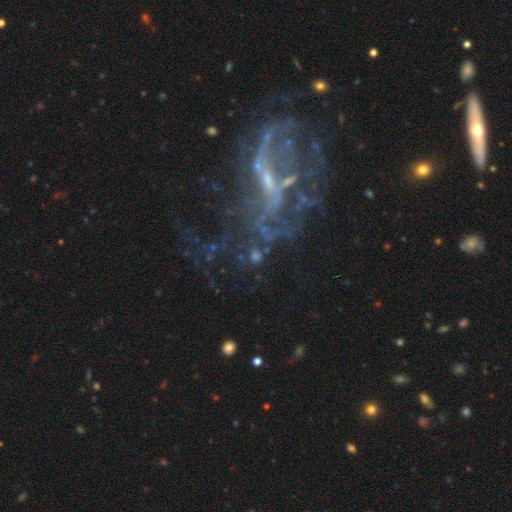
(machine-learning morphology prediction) featured or disk 60%, star or artifact 26%, smooth 14%. Down the decision tree: edge-on disk — no (94%); bar — no (47%); spiral arms — yes (63%); bulge size — small (43%); merging — none (49%).